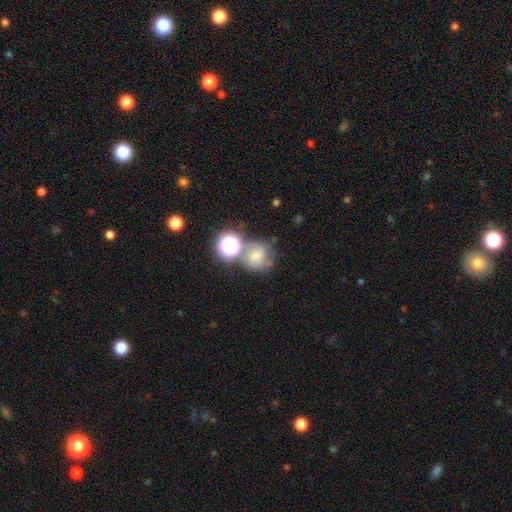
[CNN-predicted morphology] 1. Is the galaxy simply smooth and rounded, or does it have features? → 57% smooth, 23% featured or disk, 20% star or artifact.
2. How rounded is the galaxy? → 77% round, 21% in between, 1% cigar-shaped.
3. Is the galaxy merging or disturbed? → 47% none, 25% merger, 17% minor disturbance, 11% major disturbance.